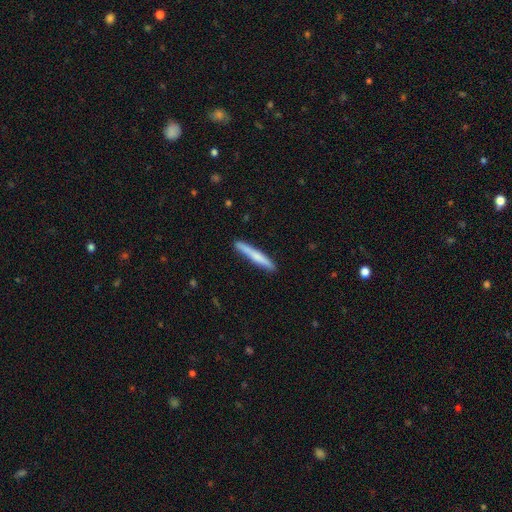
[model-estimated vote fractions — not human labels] The model was most divided on "smooth or featured": smooth: 65%, featured or disk: 30%, star or artifact: 5%. More confident: how rounded — cigar-shaped (96%); merging — none (88%).